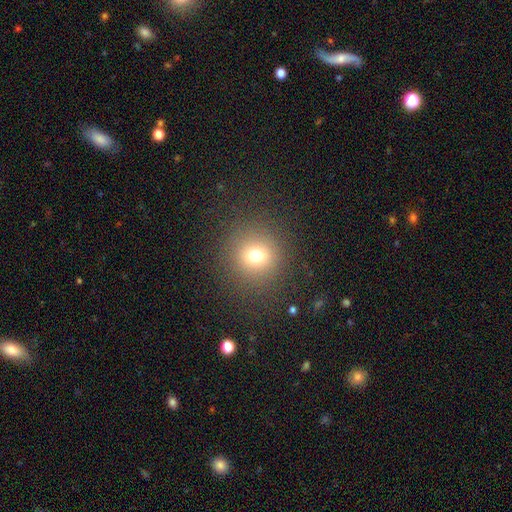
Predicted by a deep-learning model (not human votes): smooth-or-featured: smooth: 72% | star or artifact: 19% | featured or disk: 10%
  how-rounded: round: 92% | in between: 7% | cigar-shaped: 1%
  merging: none: 87% | minor disturbance: 7% | major disturbance: 5% | merger: 1%